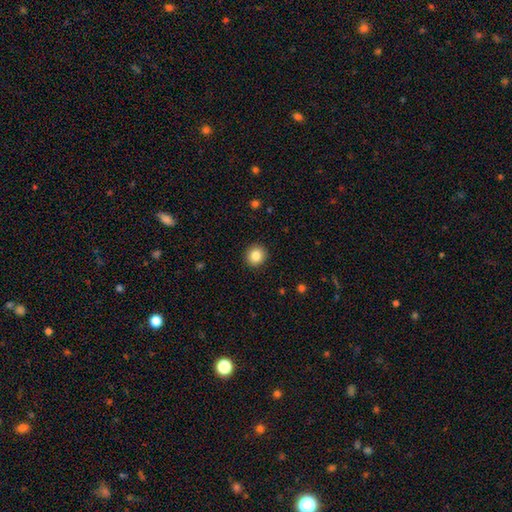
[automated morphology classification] This appears to be a smooth galaxy with no disk features (85%) that is round (91%). Merging: none (92%).